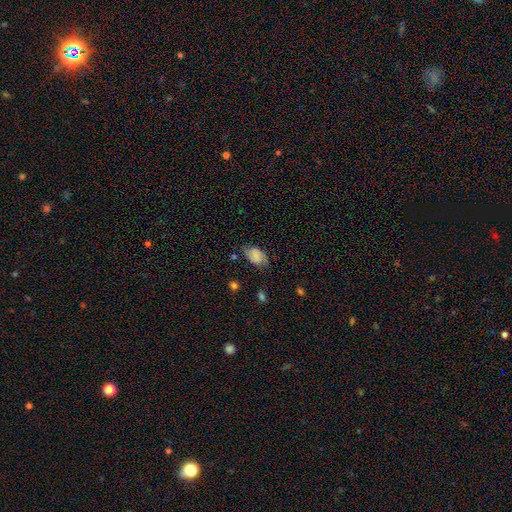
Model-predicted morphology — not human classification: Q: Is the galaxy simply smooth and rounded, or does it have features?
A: smooth — 69%.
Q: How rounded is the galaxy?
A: in between — 90%.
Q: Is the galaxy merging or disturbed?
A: none — 63%.